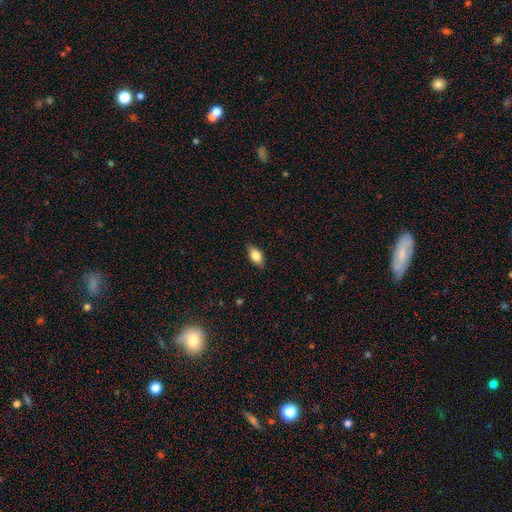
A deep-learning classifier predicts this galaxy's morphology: A smooth galaxy with no disk features (78%) that is in between round and cigar-shaped (87%). Merging: none (84%).